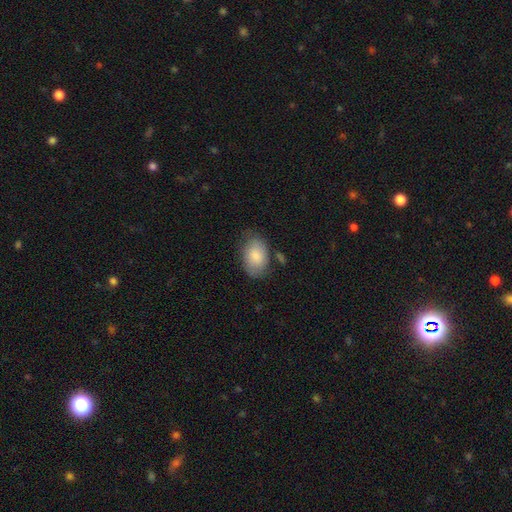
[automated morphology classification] Smooth or featured? Predicted: smooth (p=0.82). How rounded? Predicted: in between (p=0.89). Merging? Predicted: none (p=0.67).